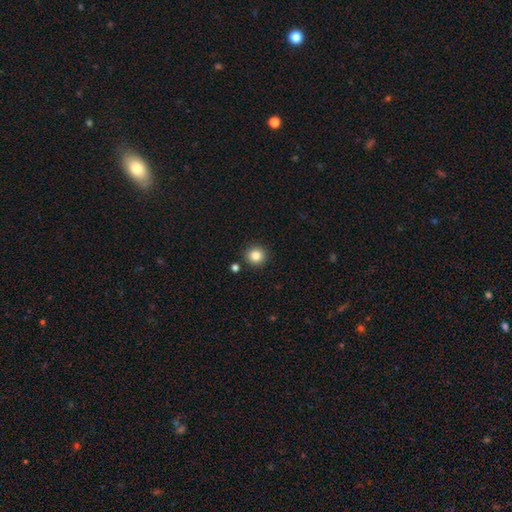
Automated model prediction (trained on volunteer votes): The model was most divided on "smooth or featured": smooth: 85%, star or artifact: 10%, featured or disk: 5%. More confident: how rounded — round (93%); merging — none (89%).